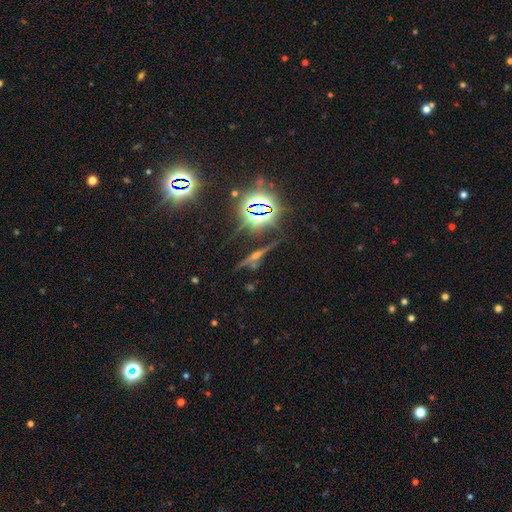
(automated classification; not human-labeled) smooth_or_featured: star or artifact (p=0.44) [alt: featured or disk p=0.41]